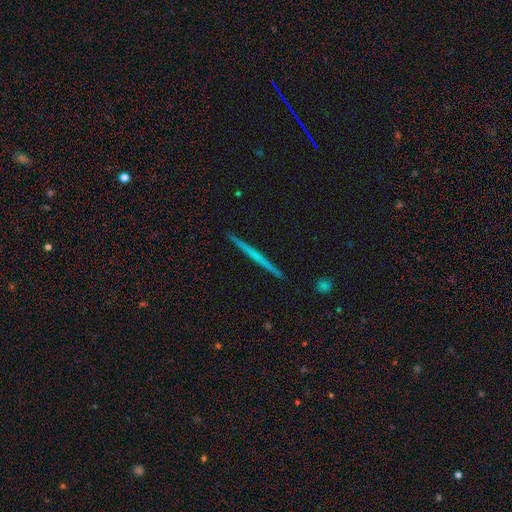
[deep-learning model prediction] Overall: featured or disk (59%; smooth 35%). Edge-on disk: yes (98%). Edge-on bulge: none (88%). Merging: none (93%).